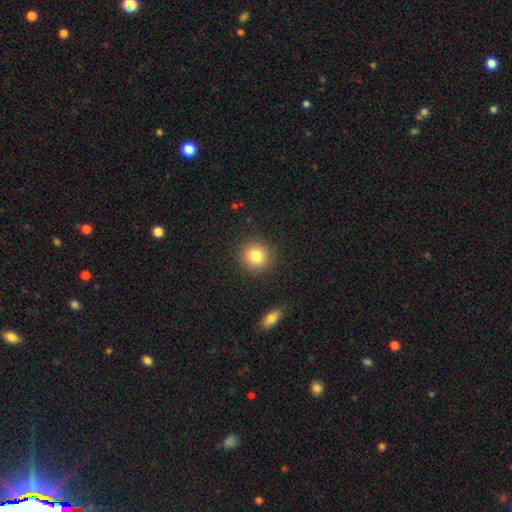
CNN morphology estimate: Smooth or featured: smooth — 81% (star or artifact — 11%)
How rounded: round — 93% (in between — 7%)
Merging: none — 90% (minor disturbance — 6%)